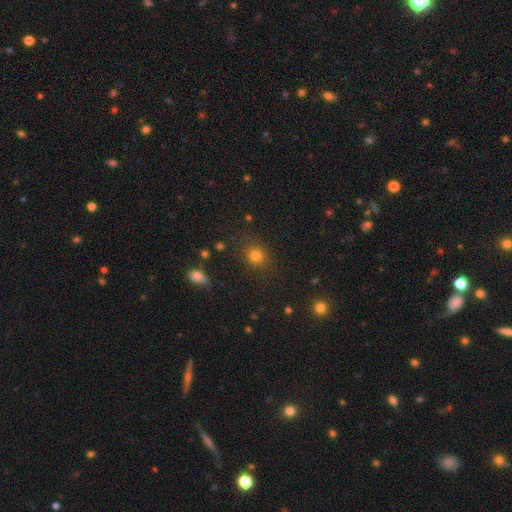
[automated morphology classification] This appears to be a smooth galaxy with no disk features (80%) that is round (79%). Merging: none (84%).